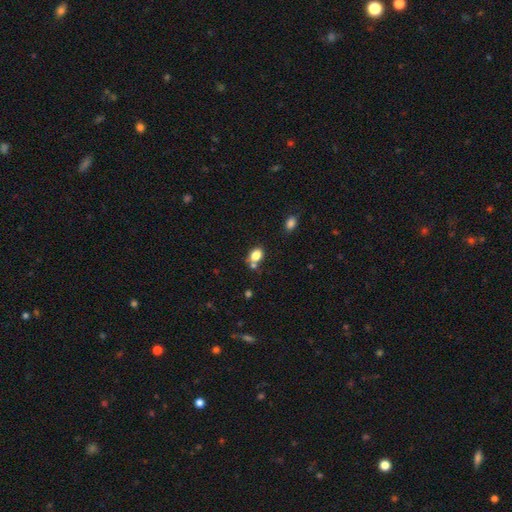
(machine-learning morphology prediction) smooth_or_featured: smooth (p=0.81) [alt: star or artifact p=0.11]
how_rounded: in between (p=0.61) [alt: round p=0.38]
merging: none (p=0.57) [alt: merger p=0.23]